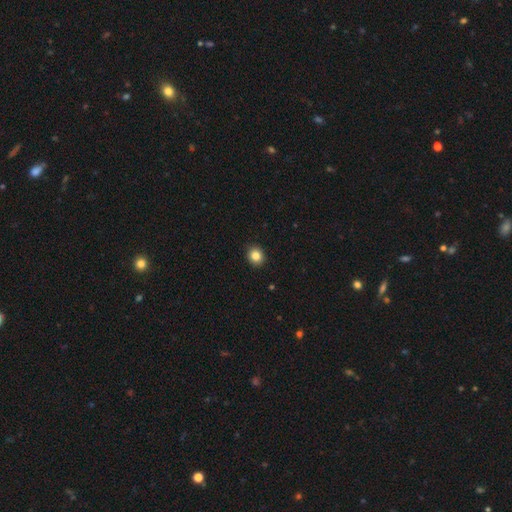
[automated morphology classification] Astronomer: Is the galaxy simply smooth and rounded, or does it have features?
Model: smooth — 84%.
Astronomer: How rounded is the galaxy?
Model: round — 77%.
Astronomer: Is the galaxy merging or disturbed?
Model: none — 92%.